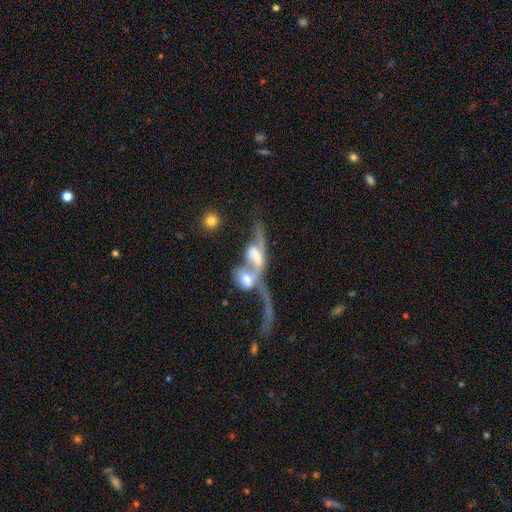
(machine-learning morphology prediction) Q: Smooth or featured?
A: featured or disk (68%); runner-up: smooth (23%)
Q: Edge-on disk?
A: no (79%); runner-up: yes (21%)
Q: Bar?
A: no (45%); runner-up: weak (30%)
Q: Spiral arms?
A: yes (64%); runner-up: no (36%)
Q: Bulge size?
A: moderate (36%); runner-up: small (25%)
Q: Merging?
A: merger (74%); runner-up: major disturbance (13%)